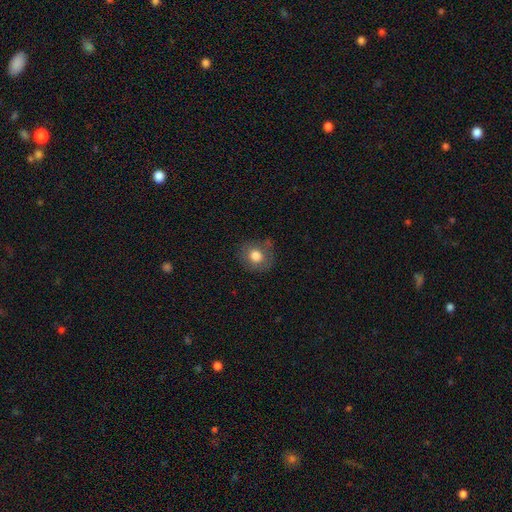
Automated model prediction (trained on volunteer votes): Morphology: type=smooth (78%); roundness=round (80%); merging=none (73%).